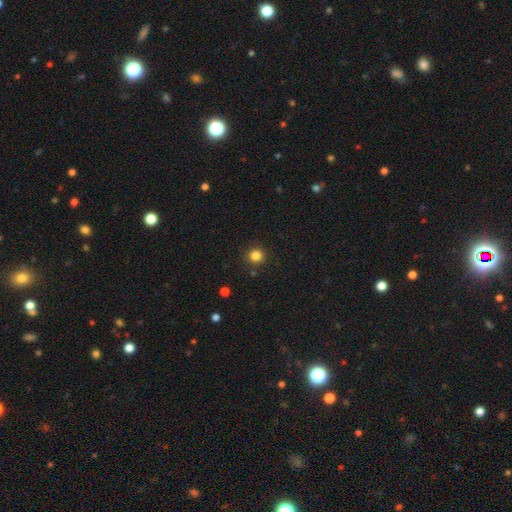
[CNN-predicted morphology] Q: Smooth or featured?
A: smooth (83%); runner-up: star or artifact (13%)
Q: How rounded?
A: round (94%); runner-up: in between (5%)
Q: Merging?
A: none (89%); runner-up: minor disturbance (6%)